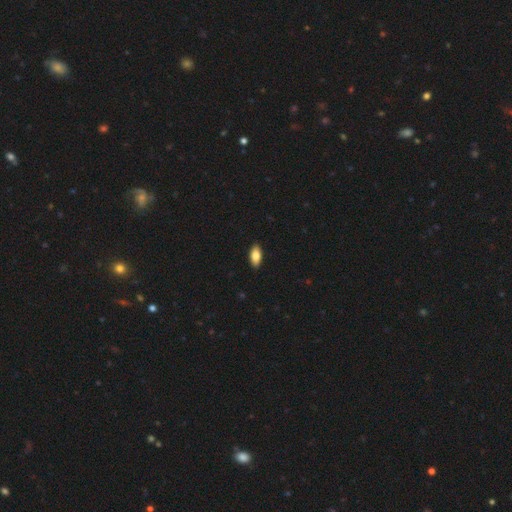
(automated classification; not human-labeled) smooth-or-featured: smooth: 83% | featured or disk: 11% | star or artifact: 6%
  how-rounded: in between: 88% | cigar-shaped: 9% | round: 3%
  merging: none: 90% | minor disturbance: 7% | major disturbance: 1% | merger: 1%